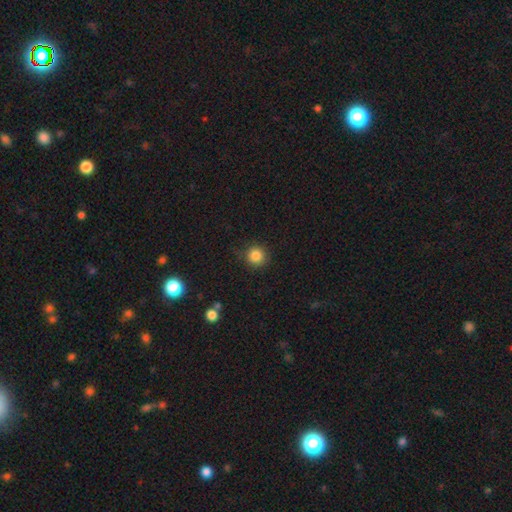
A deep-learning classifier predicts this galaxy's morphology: Q: Smooth or featured?
A: smooth (85%); runner-up: star or artifact (11%)
Q: How rounded?
A: round (92%); runner-up: in between (7%)
Q: Merging?
A: none (86%); runner-up: minor disturbance (10%)